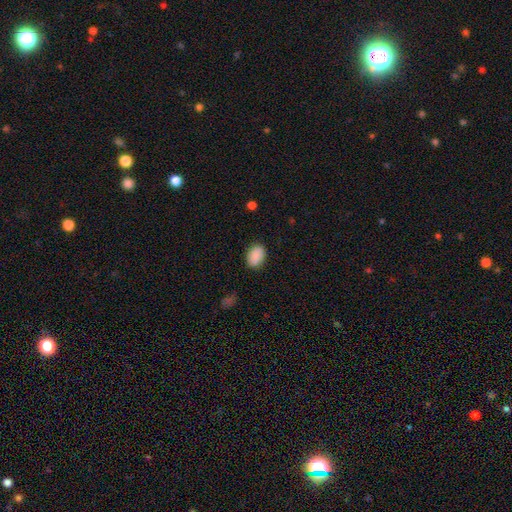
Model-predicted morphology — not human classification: A smooth galaxy with no disk features (88%) that is in between round and cigar-shaped (81%).

Vote fractions:
- Smooth or featured? smooth: 88% / star or artifact: 7% / featured or disk: 5%
- How rounded? in between: 81% / round: 18% / cigar-shaped: 1%
- Merging? none: 82% / minor disturbance: 13% / major disturbance: 3% / merger: 1%